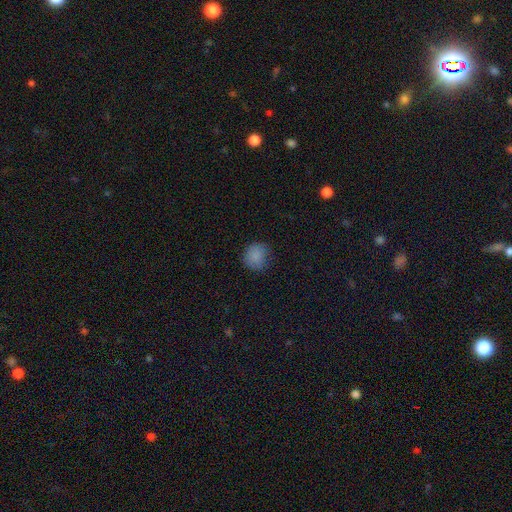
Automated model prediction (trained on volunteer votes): Q: Smooth or featured?
A: smooth (85%); runner-up: star or artifact (10%)
Q: How rounded?
A: round (85%); runner-up: in between (14%)
Q: Merging?
A: none (79%); runner-up: minor disturbance (16%)